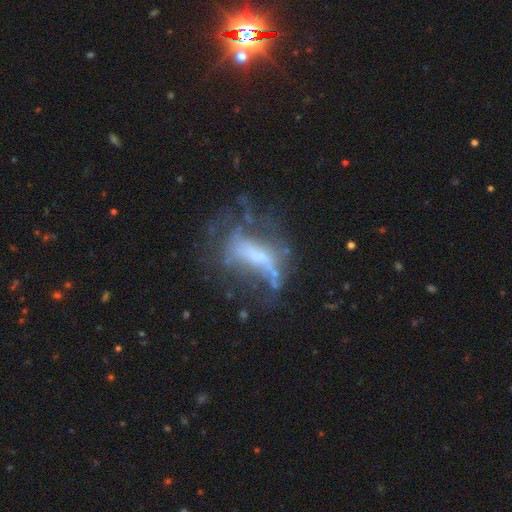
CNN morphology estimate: Smooth or featured? featured or disk (63%)
Edge-on disk? no (87%)
Bar? no (48%)
Spiral arms? no (67%)
Bulge size? small (34%)
Merging? major disturbance (39%)